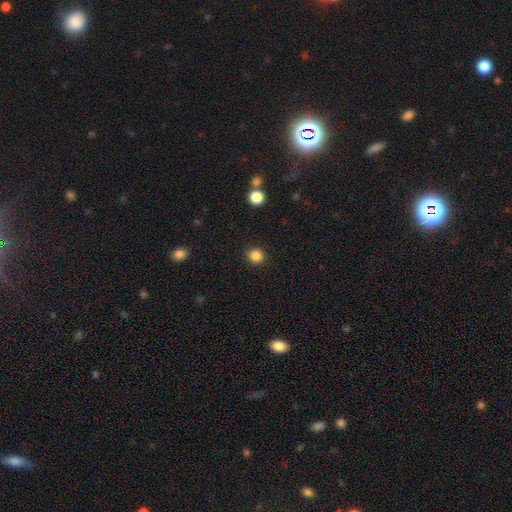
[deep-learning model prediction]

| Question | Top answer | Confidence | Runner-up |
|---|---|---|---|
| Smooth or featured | smooth | 86% | star or artifact (11%) |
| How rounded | round | 93% | in between (6%) |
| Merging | none | 91% | minor disturbance (6%) |